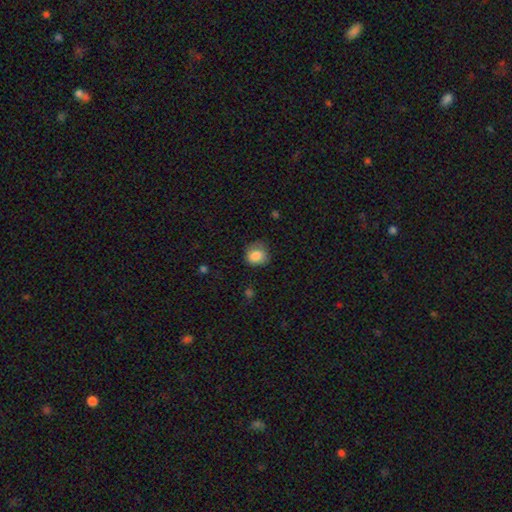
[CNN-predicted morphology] Smooth or featured? smooth (85%)
How rounded? round (72%)
Merging? none (61%)